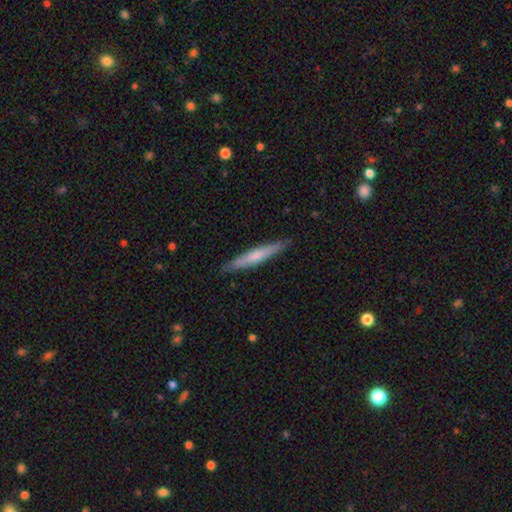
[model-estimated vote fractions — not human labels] smooth-or-featured: smooth: 57% | featured or disk: 38% | star or artifact: 5%
  how-rounded: cigar-shaped: 95% | in between: 4% | round: 1%
  merging: none: 89% | minor disturbance: 8% | major disturbance: 2% | merger: 1%